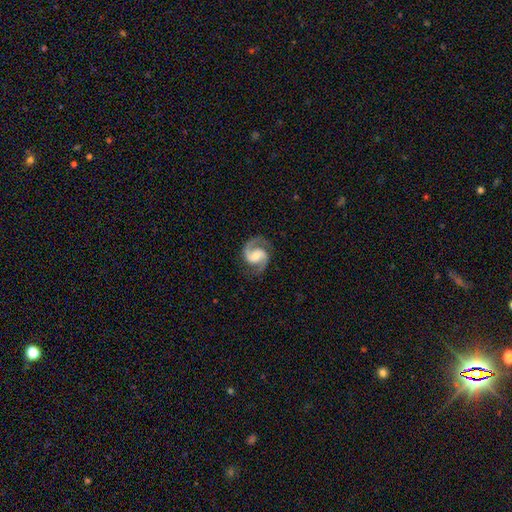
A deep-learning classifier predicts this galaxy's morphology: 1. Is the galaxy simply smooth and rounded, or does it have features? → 91% featured or disk, 4% smooth, 4% star or artifact.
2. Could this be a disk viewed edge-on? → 98% no, 2% yes.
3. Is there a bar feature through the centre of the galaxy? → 45% weak, 36% no, 19% strong.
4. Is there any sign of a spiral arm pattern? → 98% yes, 2% no.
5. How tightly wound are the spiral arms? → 62% medium, 22% tight, 16% loose.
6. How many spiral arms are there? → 93% 2, 2% 1, 2% can't tell, 1% 3, 1% 4, 1% more than 4.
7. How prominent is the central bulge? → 56% moderate, 31% small, 7% large, 5% none, 1% dominant.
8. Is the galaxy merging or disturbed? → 82% none, 12% minor disturbance, 5% major disturbance, 1% merger.